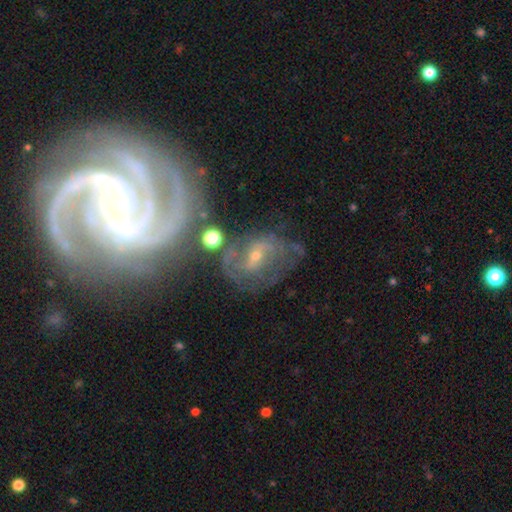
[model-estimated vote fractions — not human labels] featured or disk 77%, smooth 13%, star or artifact 10%. Down the decision tree: edge-on disk — no (97%); bar — weak (44%); spiral arms — yes (89%); spiral arm count — 2 (51%); spiral winding — medium (45%); bulge size — small (67%); merging — none (47%).